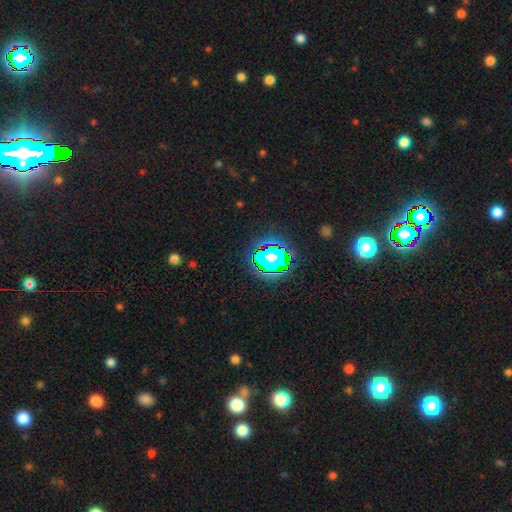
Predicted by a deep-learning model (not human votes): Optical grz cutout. It shows a star or artifact, not a galaxy (82%).